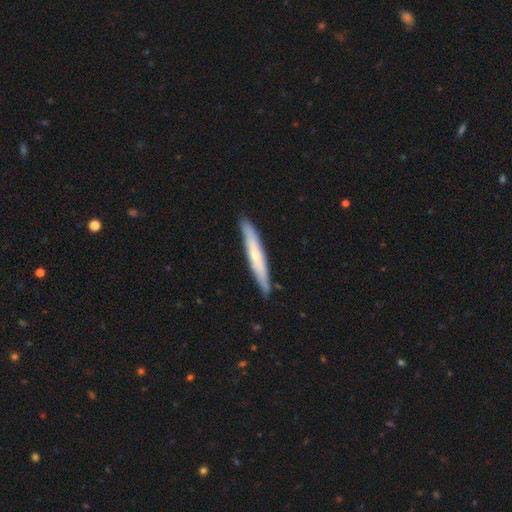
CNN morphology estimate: A smooth galaxy with no disk features (49%). Merging: none (87%).